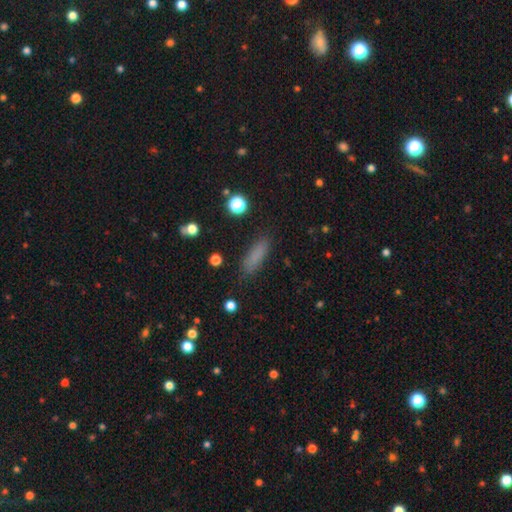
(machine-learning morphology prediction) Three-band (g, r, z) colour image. It shows a smooth galaxy with no disk features (81%) that is cigar-shaped (60%). Merging: none (84%).